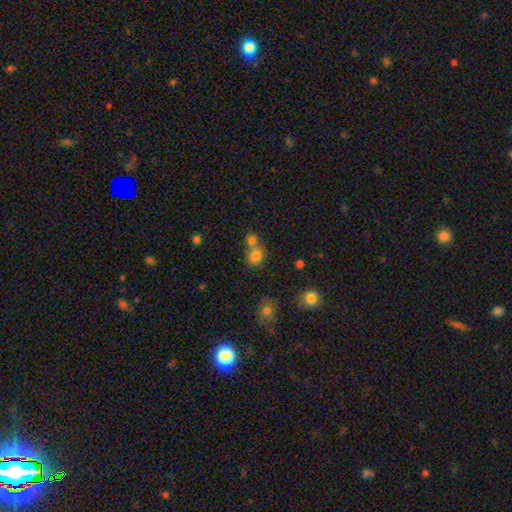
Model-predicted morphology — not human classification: Smooth or featured? smooth (77%)
How rounded? round (68%)
Merging? merger (51%)